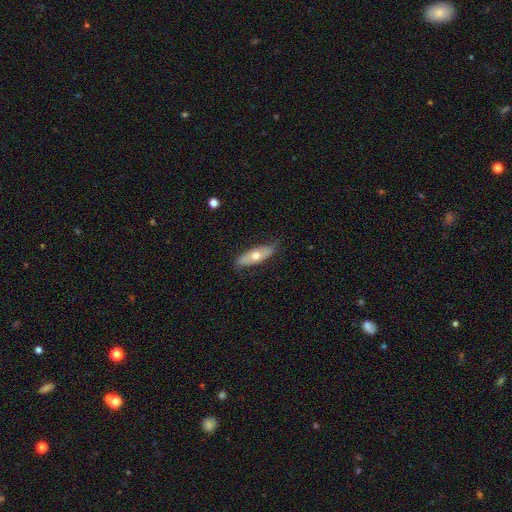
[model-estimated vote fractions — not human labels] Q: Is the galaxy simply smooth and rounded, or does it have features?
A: smooth — 57%.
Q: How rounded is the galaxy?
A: in between — 64%.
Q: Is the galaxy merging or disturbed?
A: none — 78%.